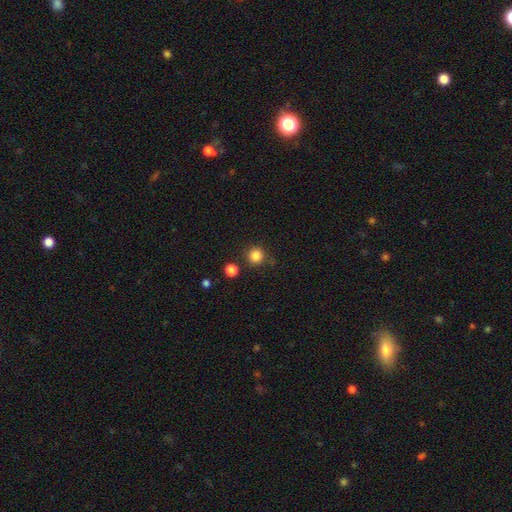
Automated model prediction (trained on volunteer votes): Smooth or featured?
  - smooth: 84% *
  - star or artifact: 12%
  - featured or disk: 4%
How rounded?
  - round: 94% *
  - in between: 5%
  - cigar-shaped: 1%
Merging?
  - none: 83% *
  - minor disturbance: 9%
  - merger: 5%
  - major disturbance: 3%